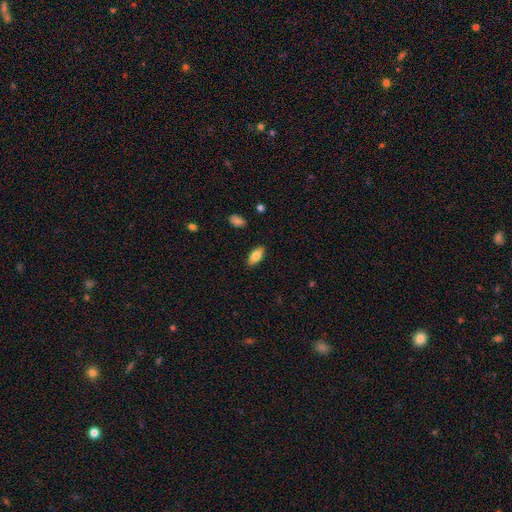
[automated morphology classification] Smooth or featured?
  - smooth: 81% *
  - featured or disk: 13%
  - star or artifact: 7%
How rounded?
  - in between: 88% *
  - cigar-shaped: 9%
  - round: 2%
Merging?
  - none: 88% *
  - minor disturbance: 9%
  - major disturbance: 2%
  - merger: 1%